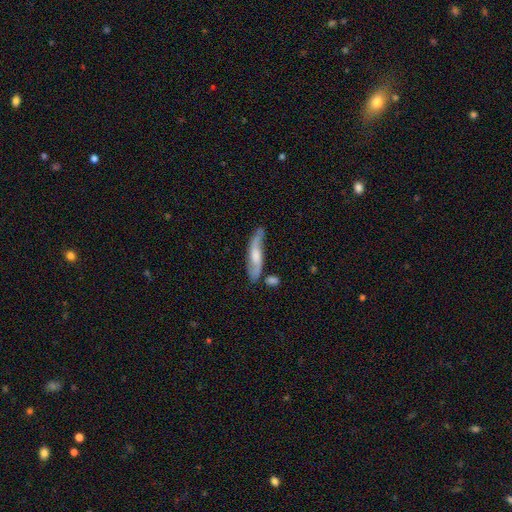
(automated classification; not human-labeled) Q: Smooth or featured?
A: featured or disk (65%); runner-up: smooth (29%)
Q: Edge-on disk?
A: no (64%); runner-up: yes (36%)
Q: Merging?
A: none (62%); runner-up: minor disturbance (22%)